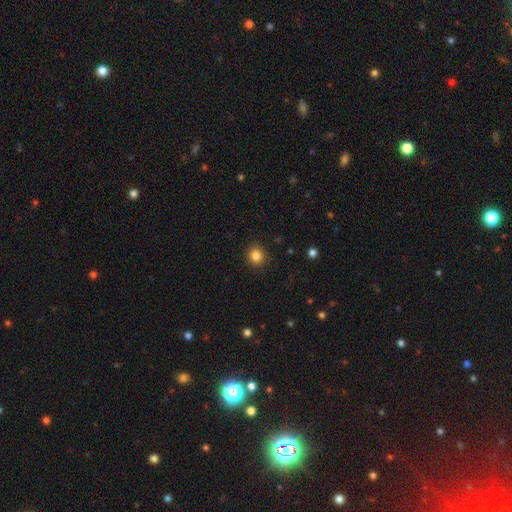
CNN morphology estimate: The model was most divided on "how rounded": round: 86%, in between: 13%, cigar-shaped: 1%. More confident: merging — none (91%); smooth or featured — smooth (84%).